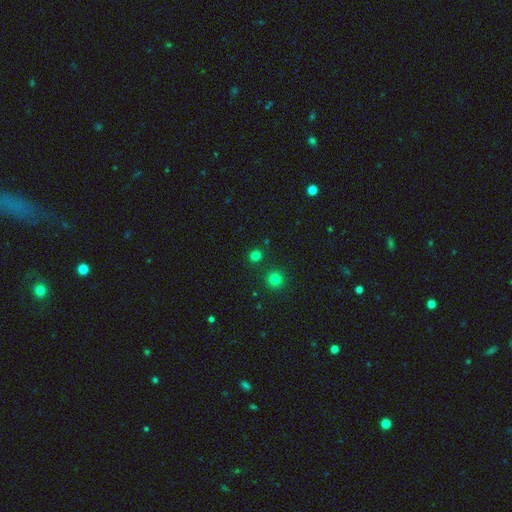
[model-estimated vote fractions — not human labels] smooth-or-featured: smooth: 76% | star or artifact: 20% | featured or disk: 4%
  how-rounded: round: 86% | in between: 13% | cigar-shaped: 1%
  merging: none: 86% | minor disturbance: 6% | merger: 5% | major disturbance: 3%